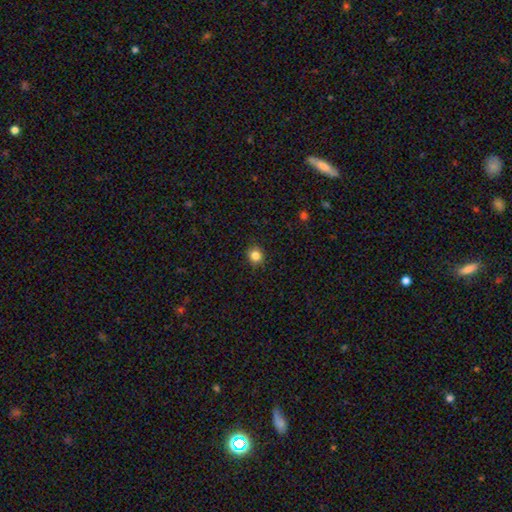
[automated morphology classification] smooth_or_featured: smooth (p=0.84) [alt: star or artifact p=0.12]
how_rounded: round (p=0.88) [alt: in between p=0.11]
merging: none (p=0.91) [alt: minor disturbance p=0.07]